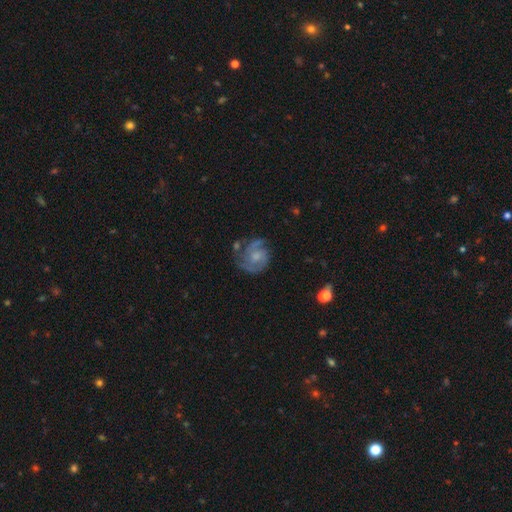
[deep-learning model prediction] Overall: featured or disk (73%). Edge-on disk: no (98%). Bar: no (67%; weak 29%). Spiral arms: yes (89%). Spiral arm count: 2 (35%; 3 26%). Spiral winding: medium (43%; tight 42%). Bulge size: small (41%, tied with moderate). Merging: none (58%; minor disturbance 22%).